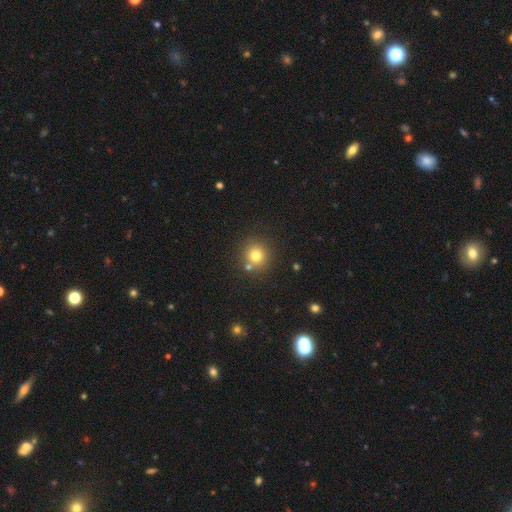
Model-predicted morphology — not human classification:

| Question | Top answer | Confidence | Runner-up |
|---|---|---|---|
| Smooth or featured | smooth | 77% | star or artifact (14%) |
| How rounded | round | 92% | in between (7%) |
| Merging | none | 77% | merger (12%) |